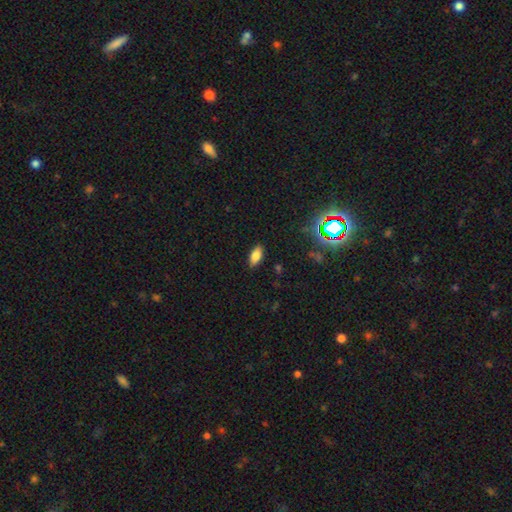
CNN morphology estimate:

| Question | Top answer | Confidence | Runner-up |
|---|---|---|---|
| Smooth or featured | smooth | 79% | star or artifact (12%) |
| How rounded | in between | 89% | cigar-shaped (8%) |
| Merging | none | 88% | minor disturbance (9%) |